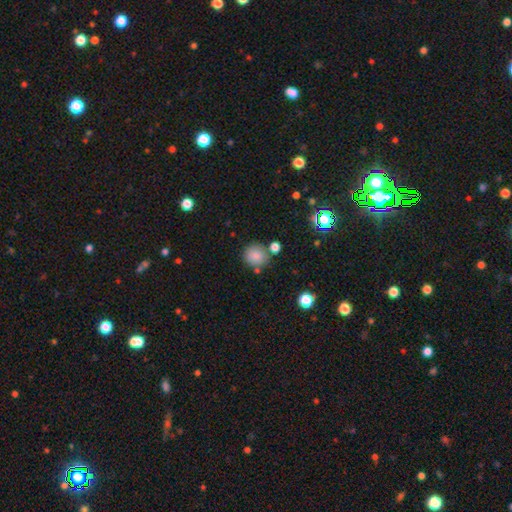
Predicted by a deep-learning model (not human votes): A smooth galaxy with no disk features (84%) that is round (88%). Merging: none (74%).